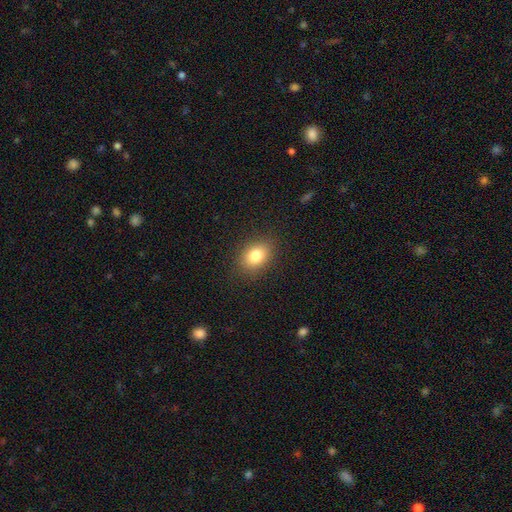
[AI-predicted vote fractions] smooth 81%, star or artifact 10%, featured or disk 9%. Down the decision tree: how rounded — in between (69%); merging — none (87%).